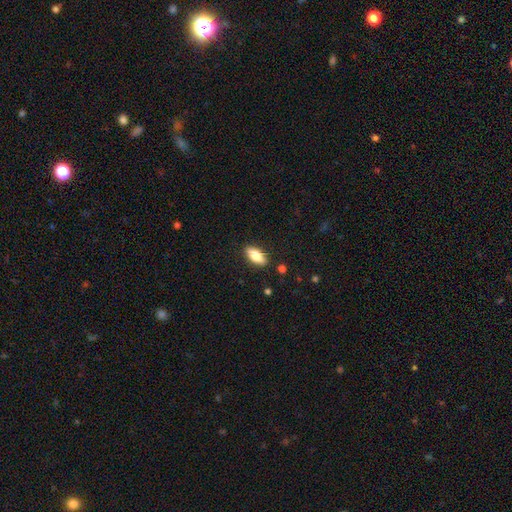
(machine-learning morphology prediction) A smooth galaxy with no disk features (75%) that is in between round and cigar-shaped (81%). Merging: none (87%).